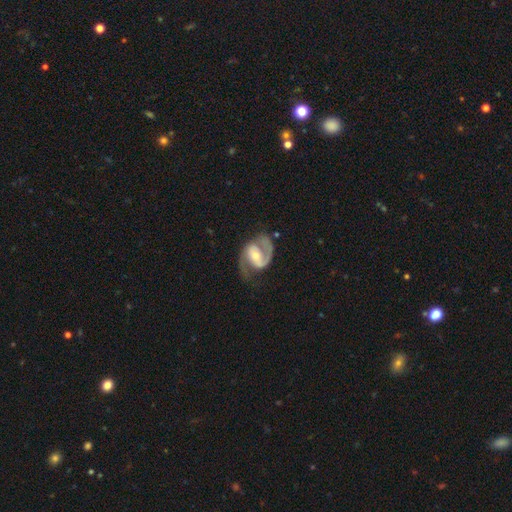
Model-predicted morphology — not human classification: The model was most divided on "bar": weak: 40%, no: 32%, strong: 28%. More confident: edge-on disk — no (98%); spiral arms — yes (96%); smooth or featured — featured or disk (89%); spiral arm count — 2 (84%); merging — none (65%); spiral winding — medium (56%); bulge size — moderate (53%).